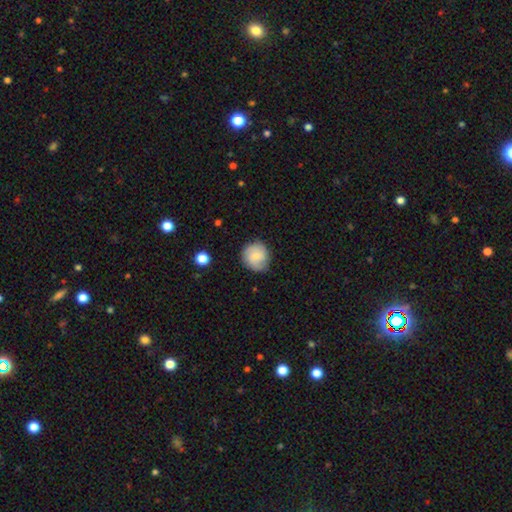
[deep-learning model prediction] Morphology: type=smooth (62%); roundness=round (88%); merging=none (78%).